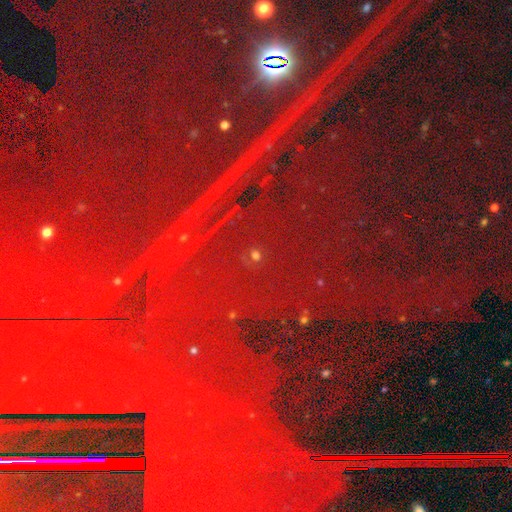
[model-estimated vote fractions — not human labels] star or artifact 86%, featured or disk 7%, smooth 7%.